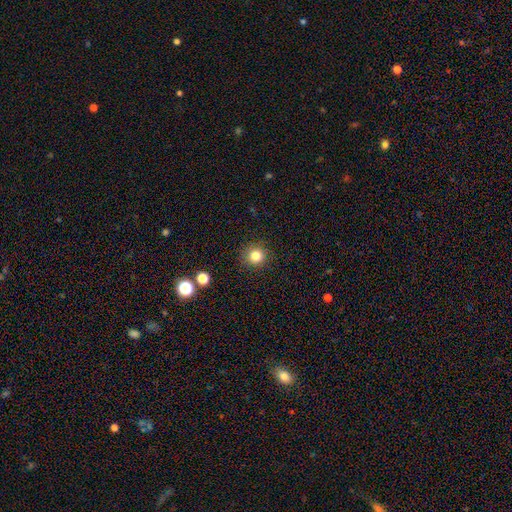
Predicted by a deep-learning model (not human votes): A smooth galaxy with no disk features (82%) that is round (91%). Merging: none (89%).